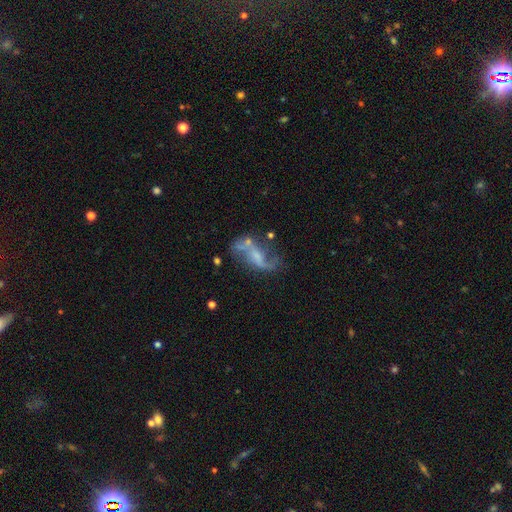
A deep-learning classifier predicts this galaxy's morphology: Smooth or featured? Predicted: featured or disk (p=0.80). Edge-on disk? Predicted: no (p=0.95). Bar? Predicted: weak (p=0.43). Spiral arms? Predicted: yes (p=0.86). Spiral winding? Predicted: loose (p=0.82). Spiral arm count? Predicted: 2 (p=0.85). Bulge size? Predicted: small (p=0.40). Merging? Predicted: none (p=0.48).